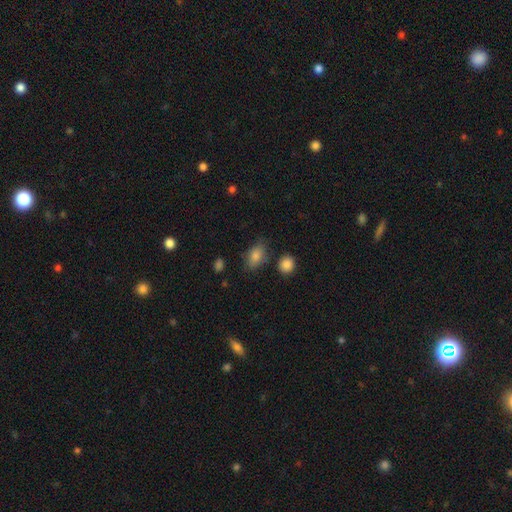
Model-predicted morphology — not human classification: smooth 82%, featured or disk 9%, star or artifact 9%. Down the decision tree: how rounded — in between (83%); merging — none (76%).